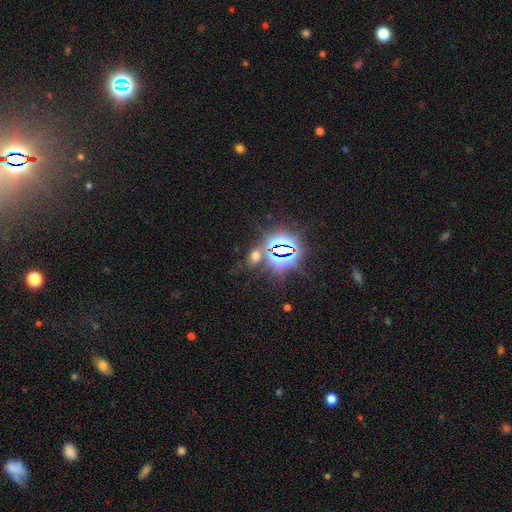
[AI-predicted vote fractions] Smooth or featured? Predicted: star or artifact (p=0.59).